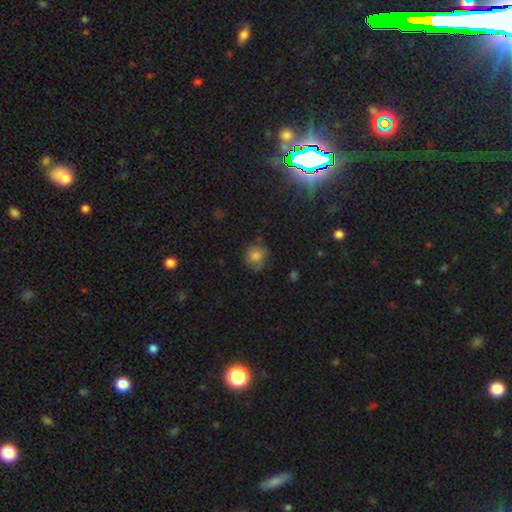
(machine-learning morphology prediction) Smooth or featured? smooth (76%)
How rounded? round (80%)
Merging? none (67%)